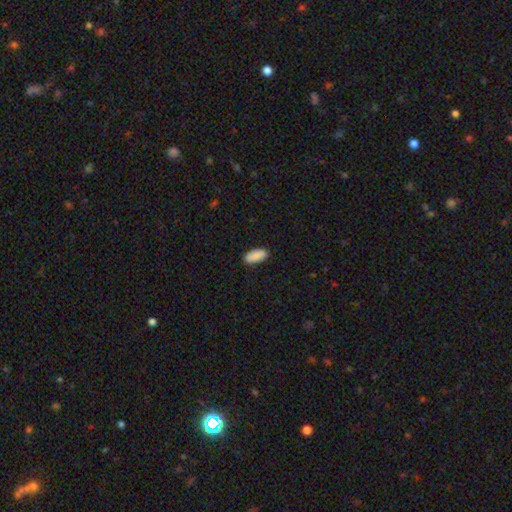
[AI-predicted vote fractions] This is clearly a smooth galaxy (91%). How rounded: clearly in between (87%). Merging: clearly none (89%).